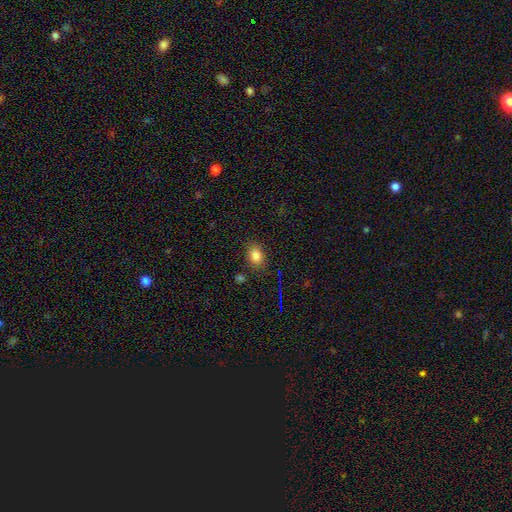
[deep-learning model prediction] Q: Smooth or featured?
A: smooth (81%); runner-up: star or artifact (13%)
Q: How rounded?
A: in between (65%); runner-up: round (34%)
Q: Merging?
A: none (81%); runner-up: minor disturbance (12%)